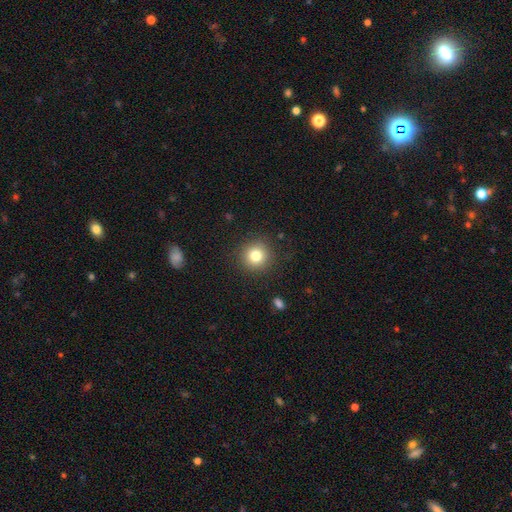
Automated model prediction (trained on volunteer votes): Morphology: type=smooth (81%); roundness=round (93%); merging=none (89%).